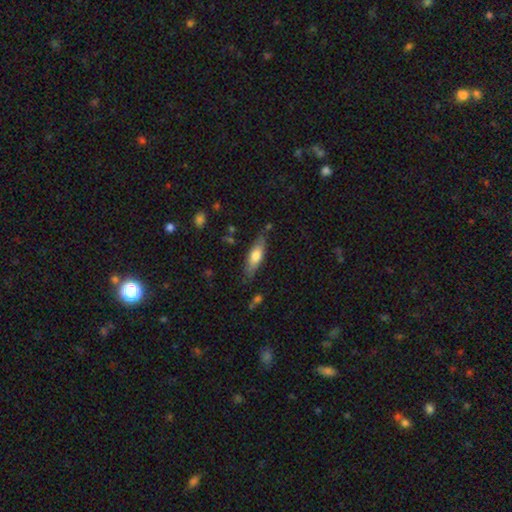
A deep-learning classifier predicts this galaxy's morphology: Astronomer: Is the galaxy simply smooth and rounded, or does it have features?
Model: smooth — 64%.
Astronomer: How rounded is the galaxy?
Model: cigar-shaped — 50% (runner-up: in between, 48%).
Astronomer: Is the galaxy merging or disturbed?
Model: none — 78%.